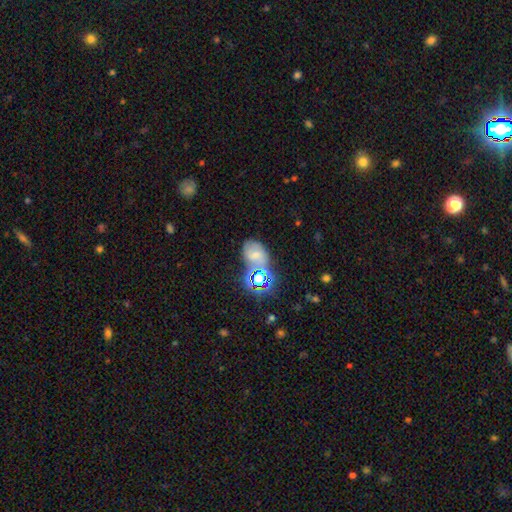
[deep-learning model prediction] This is possibly a smooth galaxy (51%). How rounded: likely in between (67%). Merging: possibly none (52%).